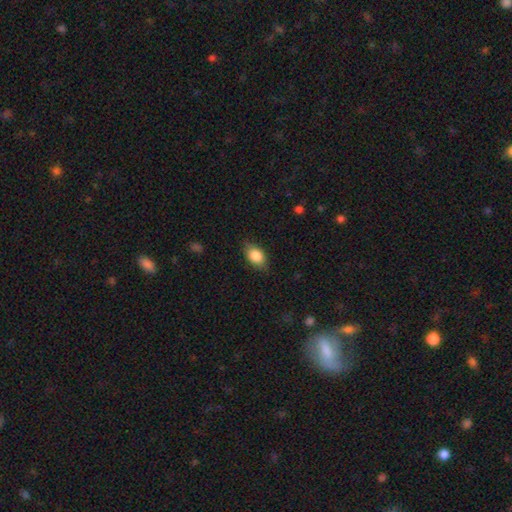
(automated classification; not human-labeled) Overall: smooth (84%). How rounded: in between (87%). Merging: none (81%).